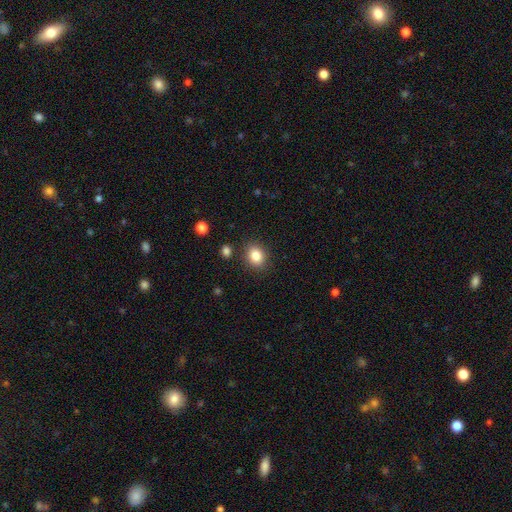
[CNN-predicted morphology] The model was most divided on "how rounded": round: 56%, in between: 43%, cigar-shaped: 1%. More confident: merging — none (86%); smooth or featured — smooth (84%).